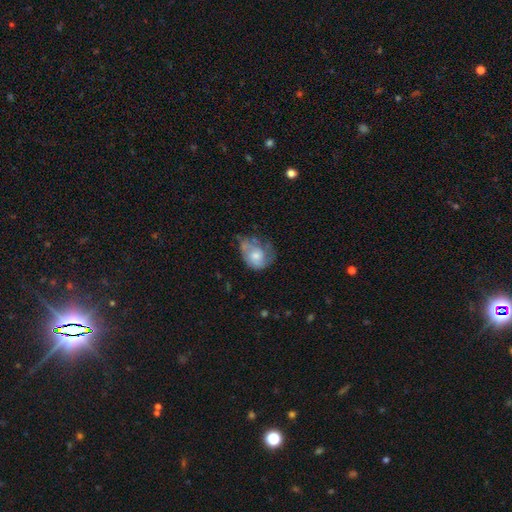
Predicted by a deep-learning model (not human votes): Smooth or featured? smooth (48%)
Merging? minor disturbance (36%, tied with none)